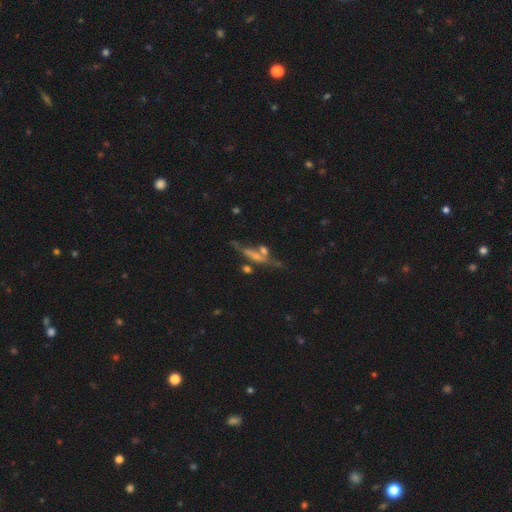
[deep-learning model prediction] This appears to be a featured or disk galaxy (52%) viewed edge-on (71%). Merging: none (44%).